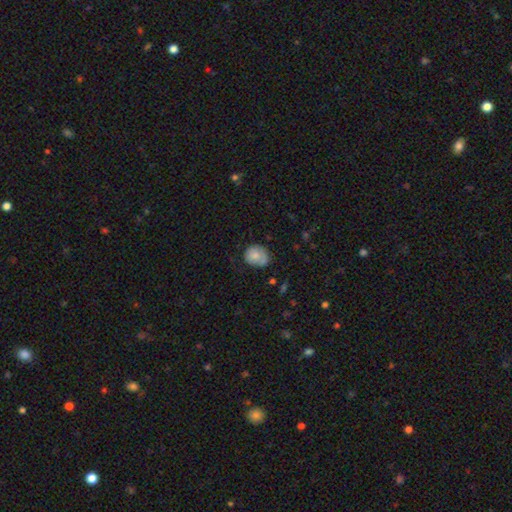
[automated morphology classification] Smooth or featured: smooth — 76% (featured or disk — 16%)
How rounded: round — 69% (in between — 30%)
Merging: none — 56% (minor disturbance — 28%)